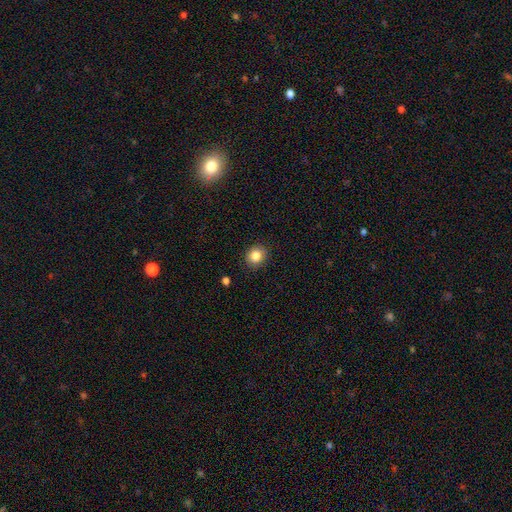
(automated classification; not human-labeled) Morphology: type=smooth (84%); roundness=round (70%); merging=none (89%).